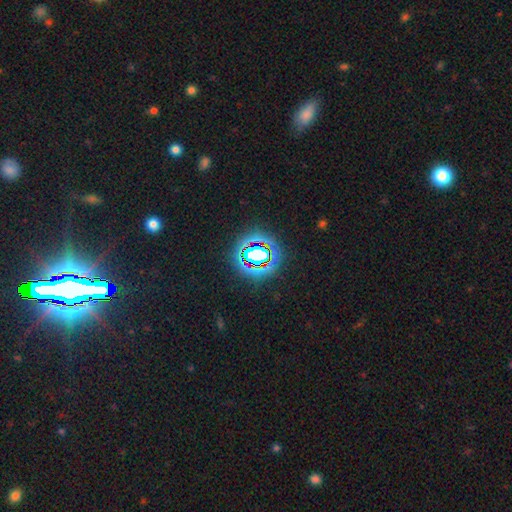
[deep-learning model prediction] Overall: star or artifact (68%).